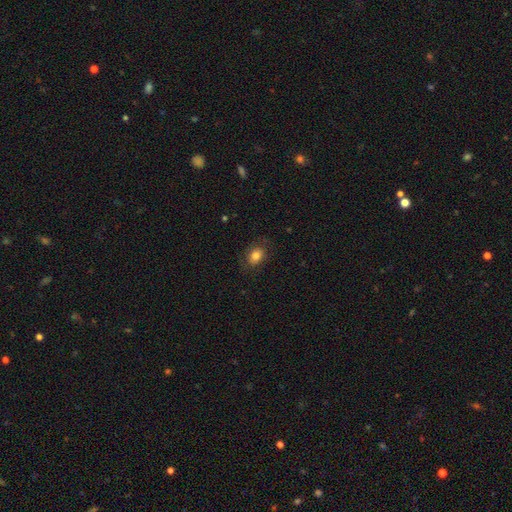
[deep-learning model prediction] This appears to be a smooth galaxy with no disk features (80%) that is in between round and cigar-shaped (63%). Merging: none (80%).